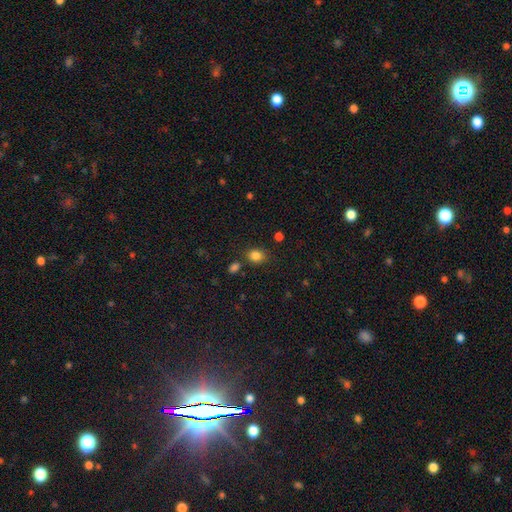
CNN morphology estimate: type=smooth (84%); roundness=round (51%); merging=none (78%).